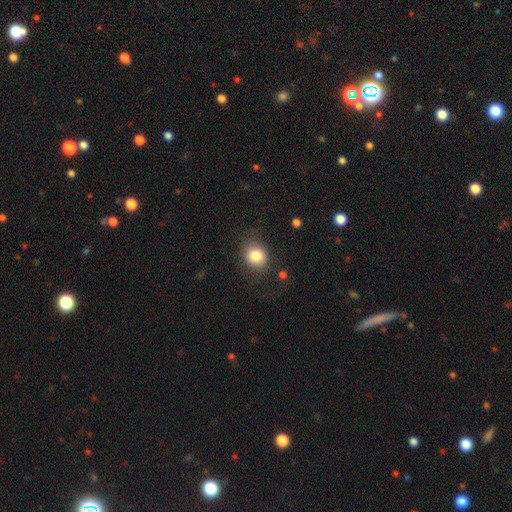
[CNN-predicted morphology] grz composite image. It shows a smooth galaxy with no disk features (83%) that is round (67%). Merging: none (76%).